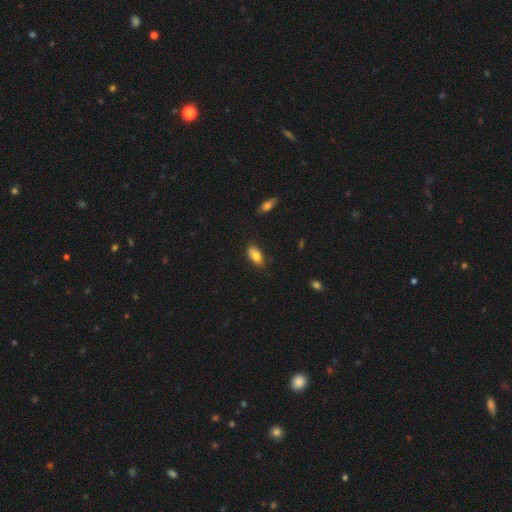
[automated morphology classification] This appears to be a smooth galaxy with no disk features (79%) that is in between round and cigar-shaped (89%). Merging: none (75%).